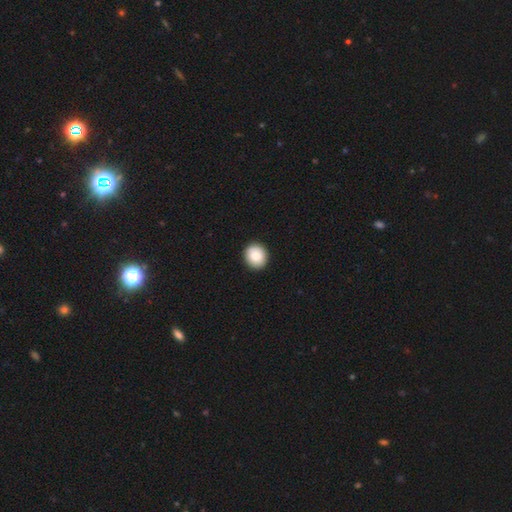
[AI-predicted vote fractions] A smooth galaxy with no disk features (85%) that is round (80%).

Vote fractions:
- Smooth or featured? smooth: 85% / star or artifact: 8% / featured or disk: 7%
- How rounded? round: 80% / in between: 19% / cigar-shaped: 1%
- Merging? none: 92% / minor disturbance: 6% / major disturbance: 1% / merger: 1%